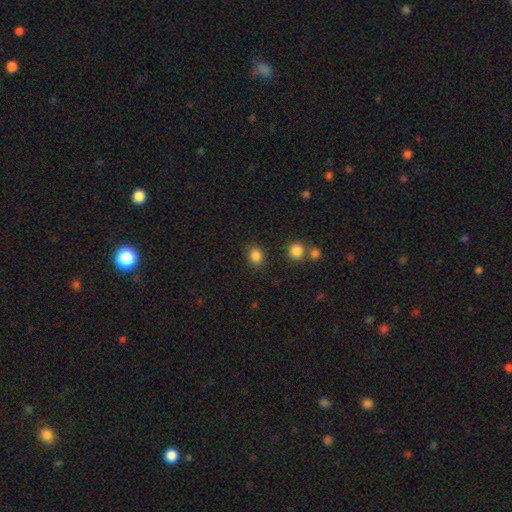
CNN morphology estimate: Overall: smooth (84%). How rounded: round (62%; in between 37%). Merging: none (79%).